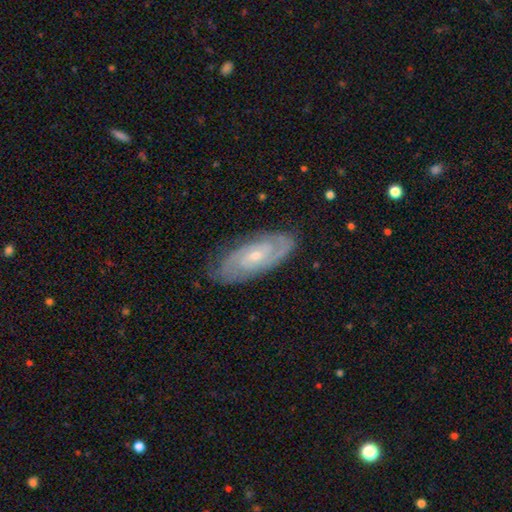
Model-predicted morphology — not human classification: This is clearly a featured or disk galaxy (85%). It is clearly not viewed edge-on (93%). Bar: possibly no (58%). Spiral arm pattern: clearly yes (96%). Spiral arm count: possibly 2 (56%). Spiral winding: likely tight (65%). Central bulge: likely small (71%). Merging: clearly none (80%).